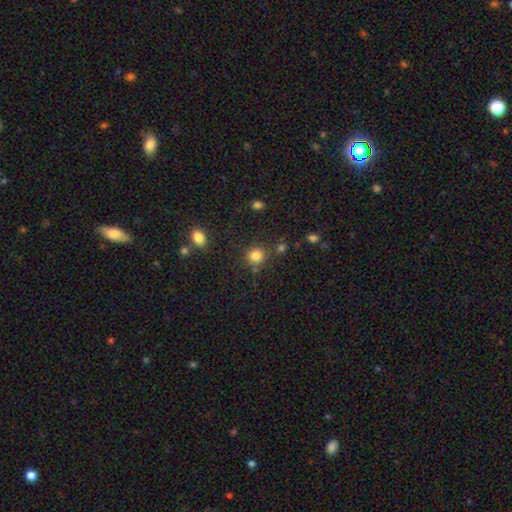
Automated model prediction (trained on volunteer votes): A smooth galaxy with no disk features (82%) that is round (88%).

Vote fractions:
- Smooth or featured? smooth: 82% / star or artifact: 13% / featured or disk: 5%
- How rounded? round: 88% / in between: 11% / cigar-shaped: 1%
- Merging? none: 78% / minor disturbance: 10% / merger: 8% / major disturbance: 4%